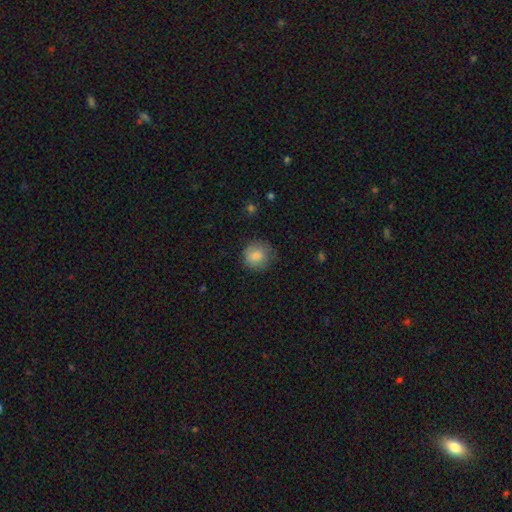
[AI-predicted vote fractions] Smooth or featured? Predicted: smooth (p=0.84). How rounded? Predicted: round (p=0.90). Merging? Predicted: none (p=0.75).